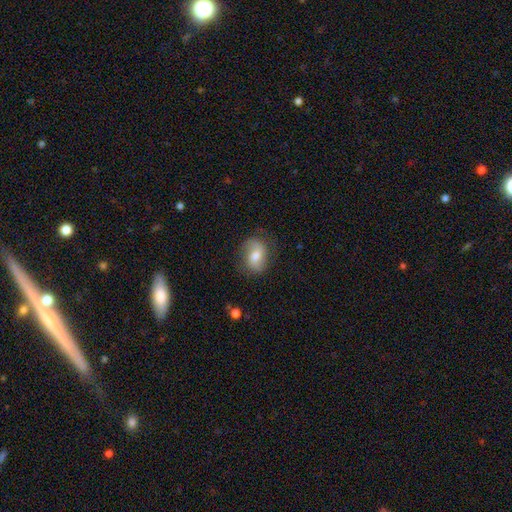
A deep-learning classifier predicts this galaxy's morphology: This is possibly a smooth galaxy (53%). How rounded: likely in between (65%). Merging: likely none (74%).